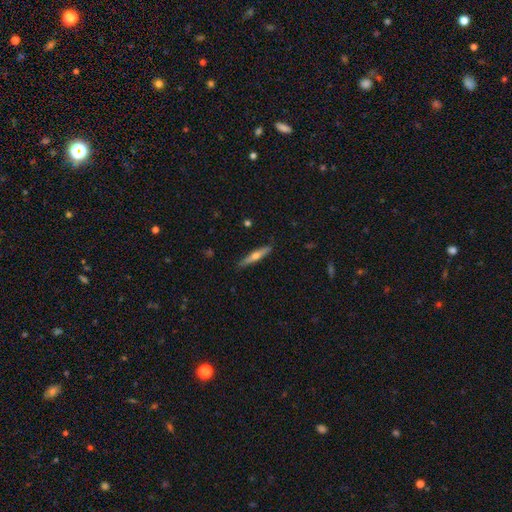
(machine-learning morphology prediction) smooth_or_featured: featured or disk (p=0.52) [alt: smooth p=0.42]
disk_edge_on: yes (p=0.94) [alt: no p=0.06]
merging: none (p=0.88) [alt: minor disturbance p=0.09]